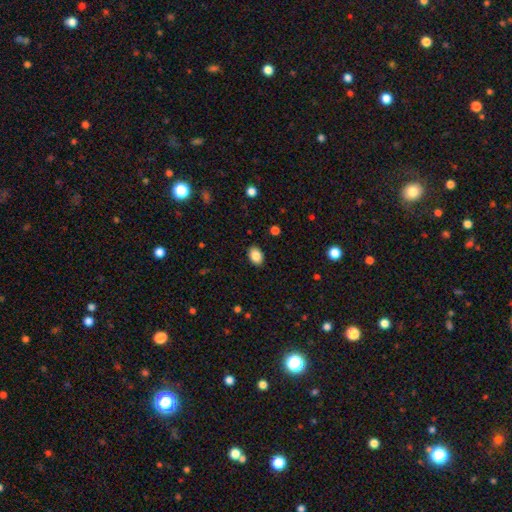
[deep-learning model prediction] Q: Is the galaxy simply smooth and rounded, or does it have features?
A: smooth — 87%.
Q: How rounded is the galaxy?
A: in between — 81%.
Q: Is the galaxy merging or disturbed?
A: none — 89%.